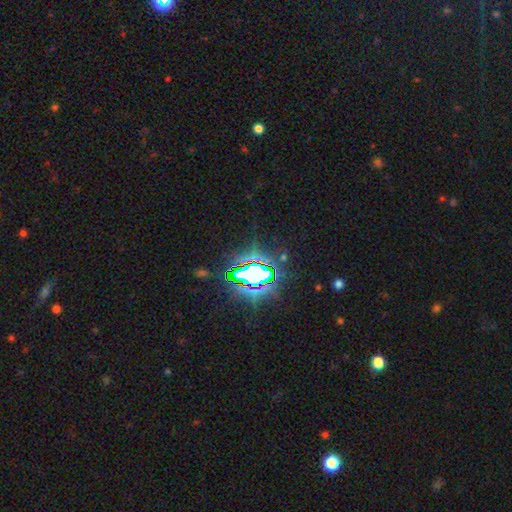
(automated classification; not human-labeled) smooth-or-featured: star or artifact: 78% | smooth: 12% | featured or disk: 10%